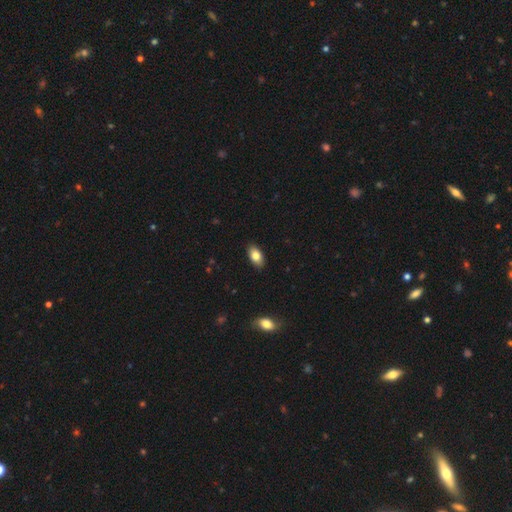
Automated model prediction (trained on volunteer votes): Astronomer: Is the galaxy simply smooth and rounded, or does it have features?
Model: smooth — 82%.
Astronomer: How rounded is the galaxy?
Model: in between — 92%.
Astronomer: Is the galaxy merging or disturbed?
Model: none — 89%.